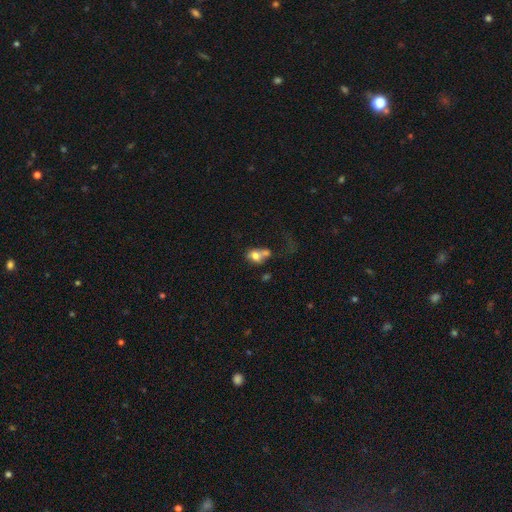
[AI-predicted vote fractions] Smooth or featured: smooth — 68% (featured or disk — 21%)
How rounded: in between — 59% (round — 39%)
Merging: merger — 47% (none — 22%)